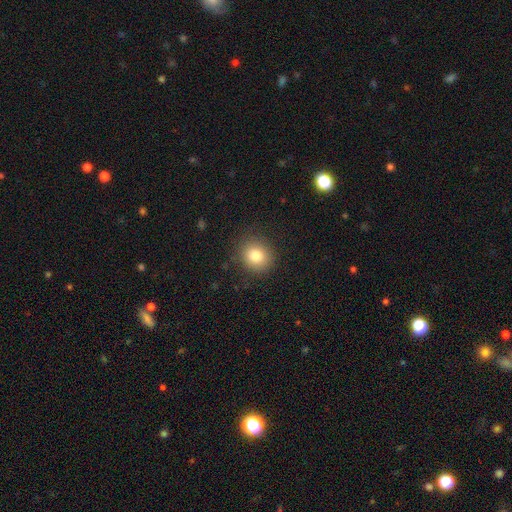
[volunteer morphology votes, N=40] A smooth galaxy with no disk features (80%) that is round (81%).

Vote fractions:
- Smooth or featured? smooth: 80% / featured or disk: 10% / star or artifact: 10%
- How rounded? round: 81% / in between: 19% / cigar-shaped: 0%
- Merging? none: 78% / minor disturbance: 14% / major disturbance: 6% / merger: 3%